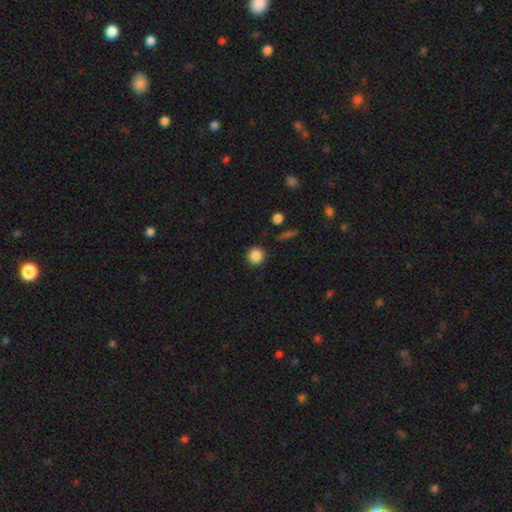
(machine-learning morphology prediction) smooth_or_featured: smooth (p=0.86) [alt: star or artifact p=0.10]
how_rounded: round (p=0.93) [alt: in between p=0.06]
merging: none (p=0.90) [alt: minor disturbance p=0.06]